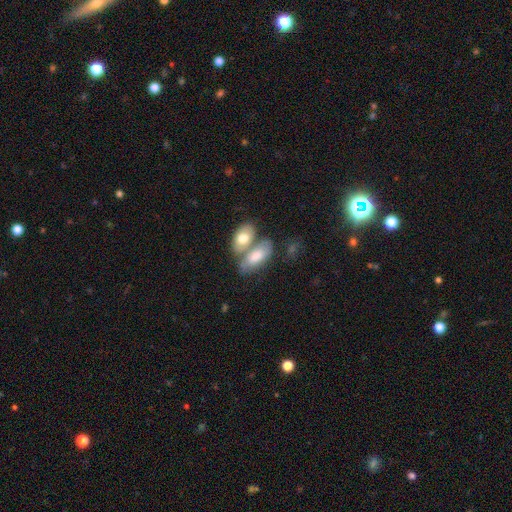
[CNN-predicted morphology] This is likely a smooth galaxy (68%). How rounded: clearly in between (88%). Merging: possibly merger (54%).